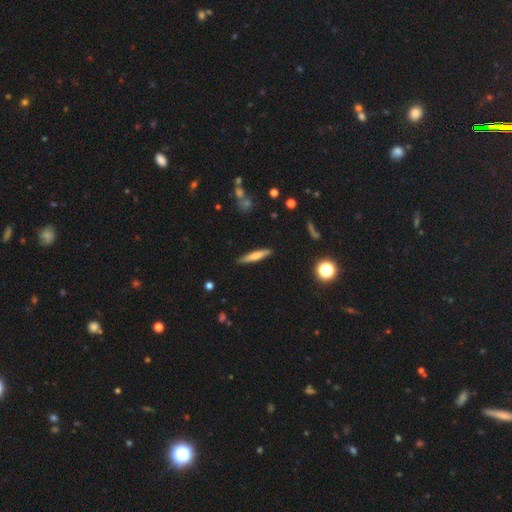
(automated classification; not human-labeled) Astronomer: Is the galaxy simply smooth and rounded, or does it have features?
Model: smooth — 60%.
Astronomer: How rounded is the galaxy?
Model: cigar-shaped — 90%.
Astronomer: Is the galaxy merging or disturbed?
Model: none — 88%.